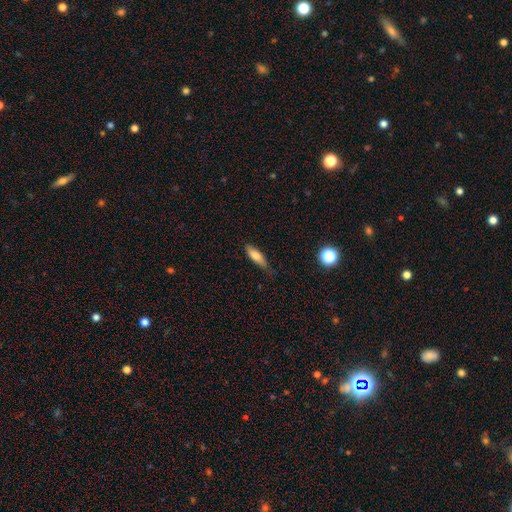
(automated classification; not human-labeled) Smooth or featured?
  - smooth: 77% *
  - featured or disk: 15%
  - star or artifact: 7%
How rounded?
  - cigar-shaped: 50% *
  - in between: 48%
  - round: 2%
Merging?
  - none: 67% *
  - minor disturbance: 26%
  - major disturbance: 5%
  - merger: 2%